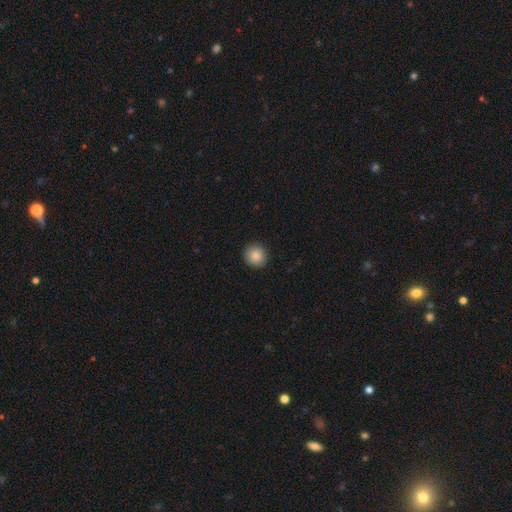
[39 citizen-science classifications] Volunteers were most divided on "how rounded": round: 92%, in between: 8%, cigar-shaped: 0%. More confident: smooth or featured — smooth (97%); merging — none (92%).